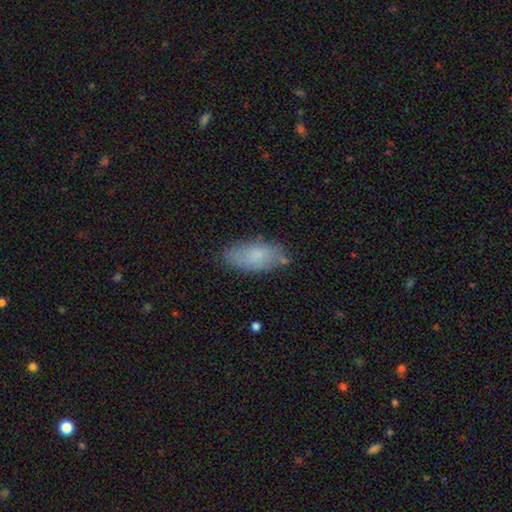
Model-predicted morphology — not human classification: Overall: smooth (79%). How rounded: in between (90%). Merging: none (72%).